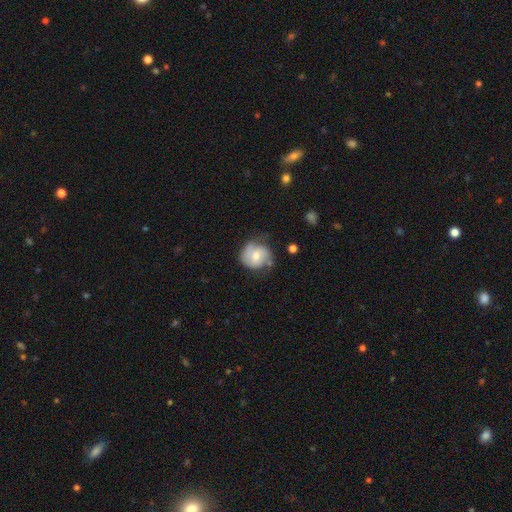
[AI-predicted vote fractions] smooth-or-featured: smooth: 50% | featured or disk: 43% | star or artifact: 7%
  merging: none: 56% | minor disturbance: 29% | major disturbance: 10% | merger: 4%